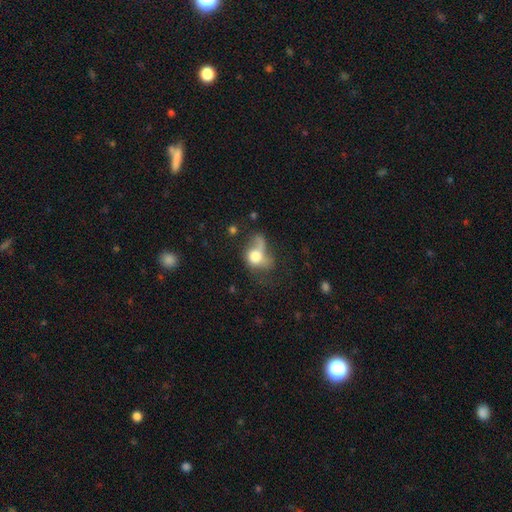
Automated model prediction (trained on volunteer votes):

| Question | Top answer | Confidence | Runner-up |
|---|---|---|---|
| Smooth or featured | smooth | 64% | featured or disk (26%) |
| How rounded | in between | 56% | round (42%) |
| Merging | major disturbance | 43% | merger (20%) |